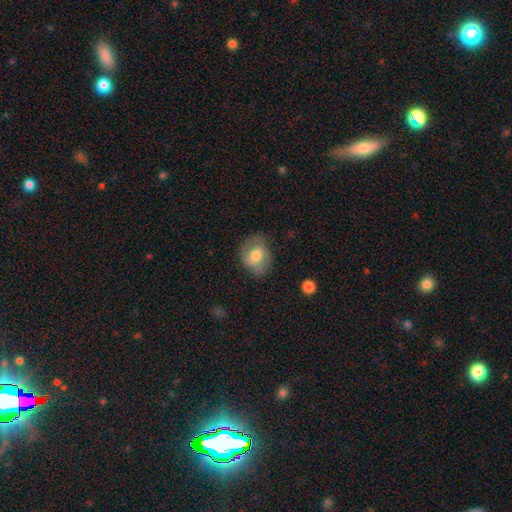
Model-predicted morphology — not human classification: Q: Smooth or featured?
A: smooth (58%); runner-up: featured or disk (35%)
Q: How rounded?
A: in between (50%); runner-up: round (49%)
Q: Merging?
A: none (67%); runner-up: minor disturbance (22%)